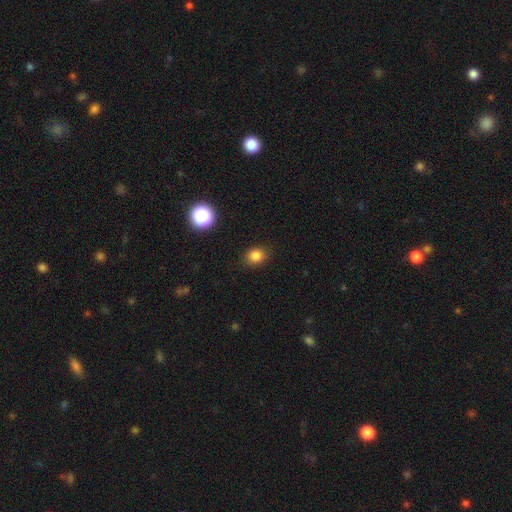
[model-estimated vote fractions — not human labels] smooth 83%, star or artifact 13%, featured or disk 4%. Down the decision tree: how rounded — round (61%); merging — none (86%).